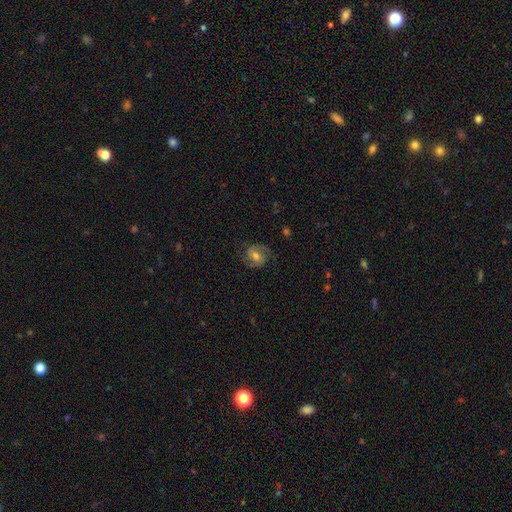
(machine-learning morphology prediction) Smooth or featured?
  - featured or disk: 65% *
  - smooth: 26%
  - star or artifact: 9%
Edge-on disk?
  - no: 97% *
  - yes: 3%
Bar?
  - weak: 46% *
  - no: 31%
  - strong: 23%
Spiral arms?
  - yes: 90% *
  - no: 10%
Spiral winding?
  - medium: 50% *
  - tight: 30%
  - loose: 20%
Spiral arm count?
  - 2: 88% *
  - can't tell: 7%
  - 1: 2%
  - 3: 1%
  - 4: 1%
  - more than 4: 1%
Bulge size?
  - moderate: 60% *
  - small: 30%
  - large: 6%
  - none: 3%
  - dominant: 1%
Merging?
  - none: 78% *
  - minor disturbance: 14%
  - major disturbance: 7%
  - merger: 1%